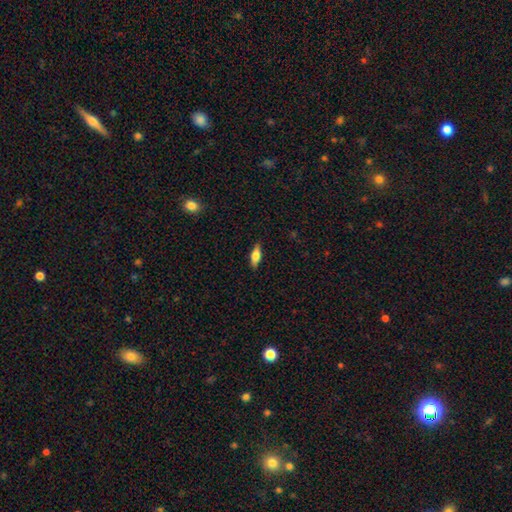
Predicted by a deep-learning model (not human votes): A smooth galaxy with no disk features (64%) that is in between round and cigar-shaped (64%). Merging: none (88%).